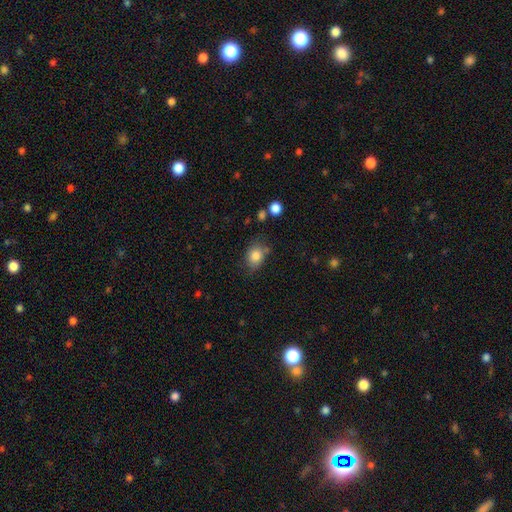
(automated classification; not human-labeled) Q: Smooth or featured?
A: smooth (82%); runner-up: star or artifact (9%)
Q: How rounded?
A: in between (62%); runner-up: round (37%)
Q: Merging?
A: none (67%); runner-up: minor disturbance (22%)